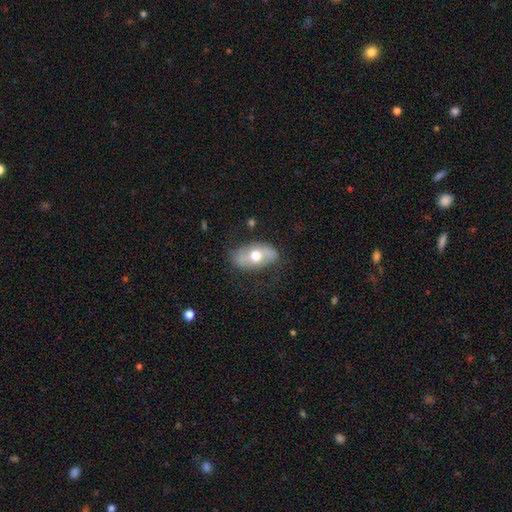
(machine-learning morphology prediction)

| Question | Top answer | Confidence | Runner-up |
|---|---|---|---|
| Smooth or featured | smooth | 49% | featured or disk (45%) |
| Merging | none | 67% | minor disturbance (21%) |